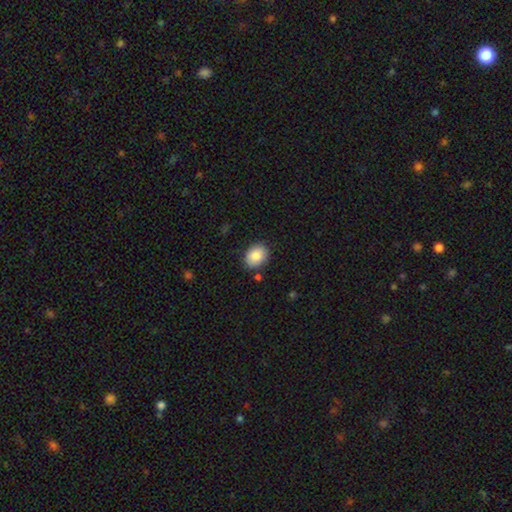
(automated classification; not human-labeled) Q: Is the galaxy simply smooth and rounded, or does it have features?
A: smooth — 86%.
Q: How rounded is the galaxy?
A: in between — 62%.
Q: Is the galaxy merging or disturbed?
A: none — 82%.